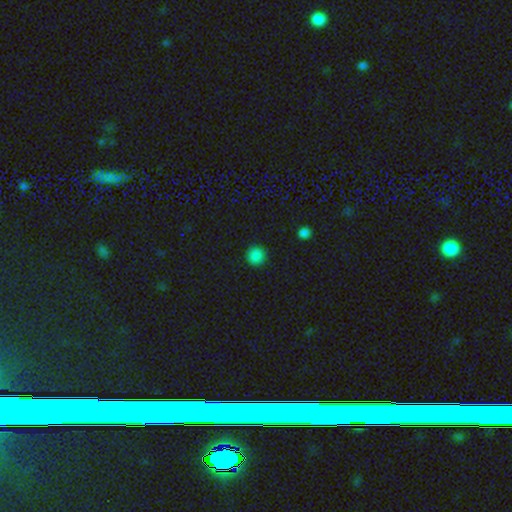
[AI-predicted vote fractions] Smooth or featured? smooth (85%)
How rounded? round (94%)
Merging? none (92%)